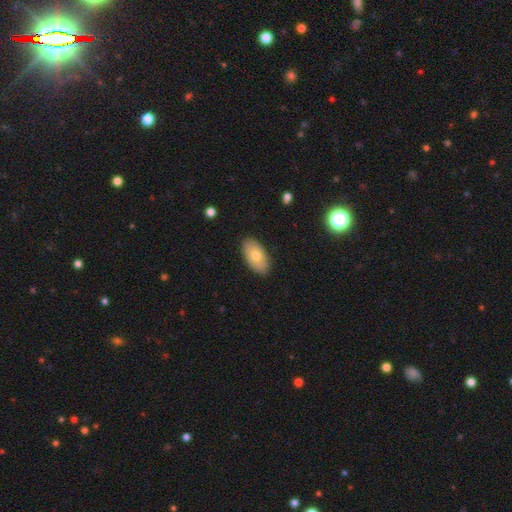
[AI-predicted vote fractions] smooth_or_featured: smooth (p=0.74) [alt: featured or disk p=0.19]
how_rounded: in between (p=0.94) [alt: round p=0.04]
merging: none (p=0.88) [alt: minor disturbance p=0.09]